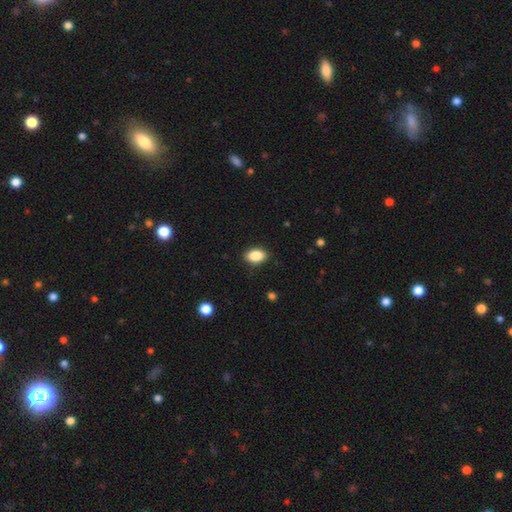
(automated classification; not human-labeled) Morphology: type=smooth (88%); roundness=in between (88%); merging=none (87%).